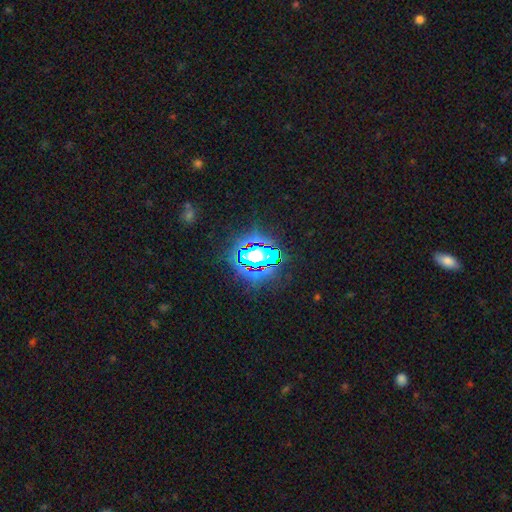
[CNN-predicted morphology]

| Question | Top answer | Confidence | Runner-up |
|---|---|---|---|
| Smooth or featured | star or artifact | 79% | smooth (13%) |